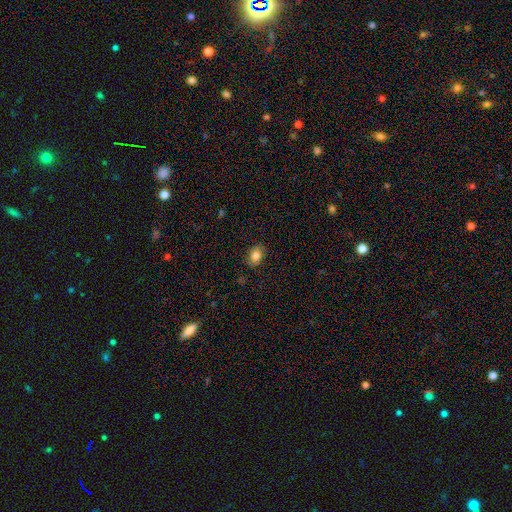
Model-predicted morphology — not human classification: smooth-or-featured: smooth: 83% | star or artifact: 9% | featured or disk: 8%
  how-rounded: in between: 74% | round: 24% | cigar-shaped: 1%
  merging: none: 84% | minor disturbance: 13% | major disturbance: 3% | merger: 1%